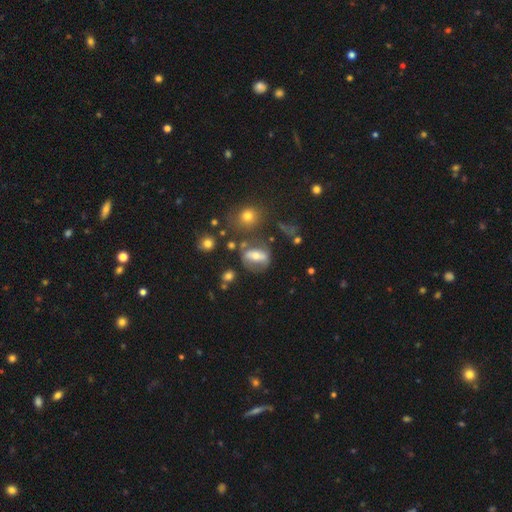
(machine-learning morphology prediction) A featured or disk galaxy (45%). Merging: none (52%).